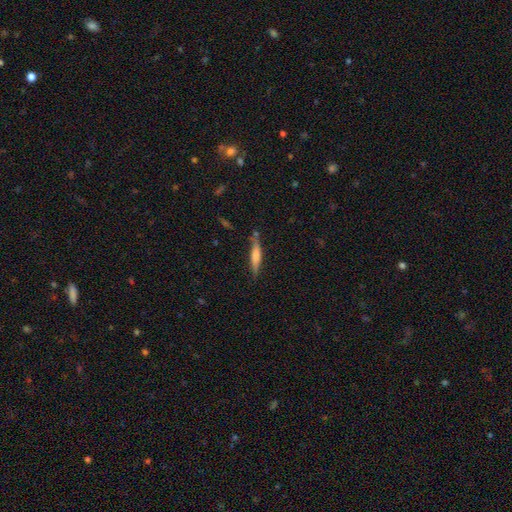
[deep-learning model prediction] Q: Smooth or featured?
A: smooth (59%); runner-up: featured or disk (34%)
Q: How rounded?
A: cigar-shaped (88%); runner-up: in between (11%)
Q: Merging?
A: none (74%); runner-up: minor disturbance (17%)